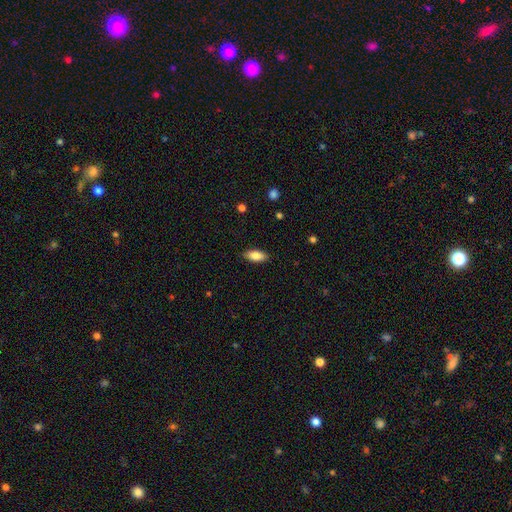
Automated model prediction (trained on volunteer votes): smooth_or_featured: smooth (p=0.85) [alt: featured or disk p=0.08]
how_rounded: in between (p=0.87) [alt: cigar-shaped p=0.11]
merging: none (p=0.87) [alt: minor disturbance p=0.10]